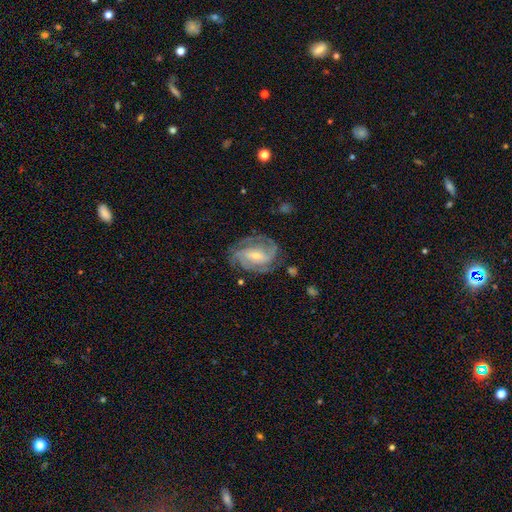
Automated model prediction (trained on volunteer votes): This is clearly a featured or disk galaxy (88%). It is clearly not viewed edge-on (97%). Bar: possibly weak (46%). Spiral arm pattern: clearly yes (97%). Spiral arm count: marginally 3 (34%). Spiral winding: possibly tight (52%). Central bulge: likely small (61%). Merging: likely none (74%).